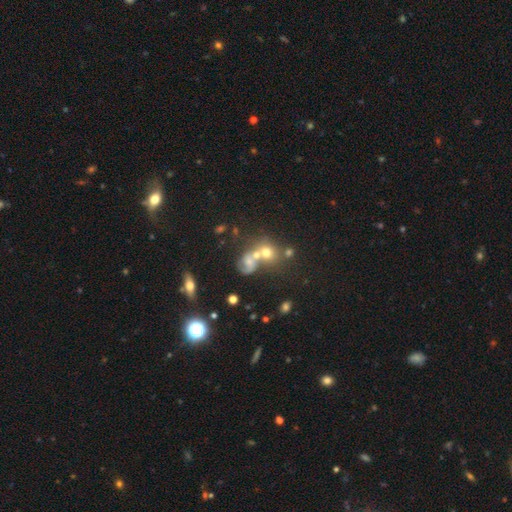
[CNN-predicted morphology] smooth 49%, featured or disk 34%, star or artifact 17%. Down the decision tree: merging — merger (54%).